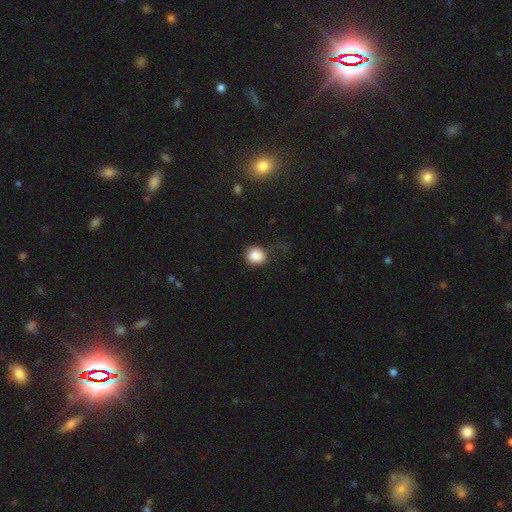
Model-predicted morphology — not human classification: smooth 87%, star or artifact 9%, featured or disk 4%. Down the decision tree: how rounded — round (79%); merging — none (68%).